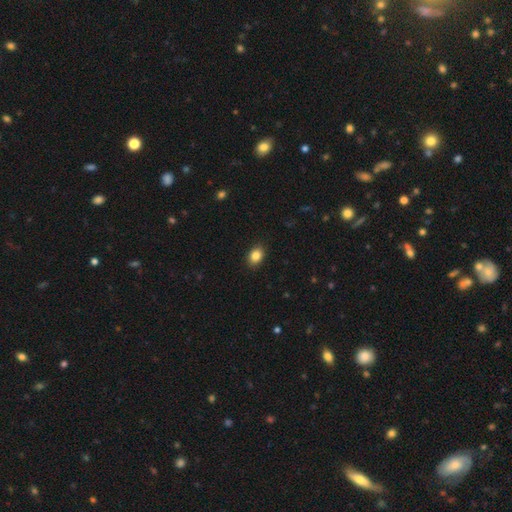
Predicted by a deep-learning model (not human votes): Smooth or featured? smooth (86%)
How rounded? in between (71%)
Merging? none (90%)